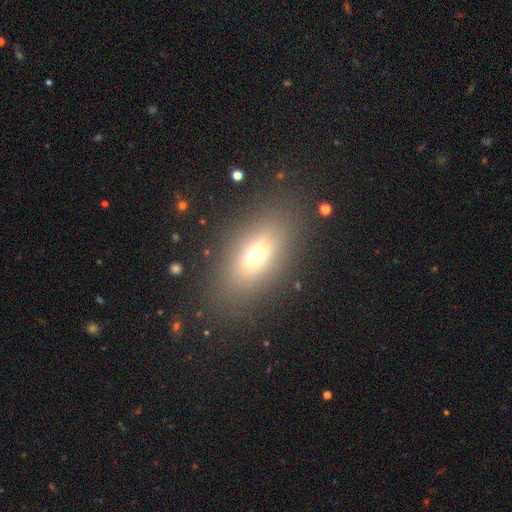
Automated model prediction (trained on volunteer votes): smooth-or-featured: smooth: 64% | featured or disk: 22% | star or artifact: 15%
  how-rounded: in between: 77% | round: 11% | cigar-shaped: 11%
  merging: none: 83% | minor disturbance: 10% | major disturbance: 5% | merger: 2%